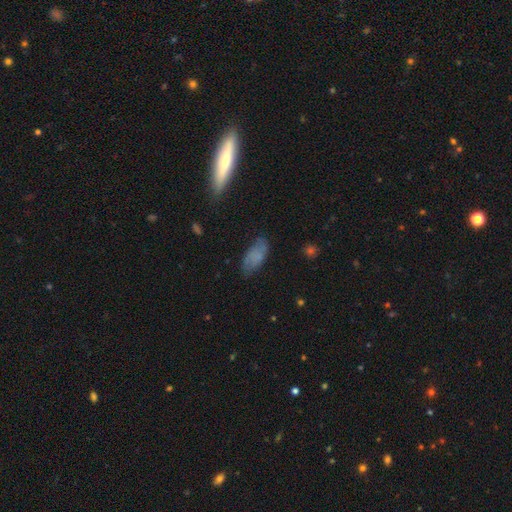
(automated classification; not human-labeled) Smooth or featured?
  - smooth: 67% *
  - featured or disk: 24%
  - star or artifact: 10%
How rounded?
  - in between: 88% *
  - cigar-shaped: 9%
  - round: 3%
Merging?
  - none: 65% *
  - minor disturbance: 25%
  - major disturbance: 8%
  - merger: 2%